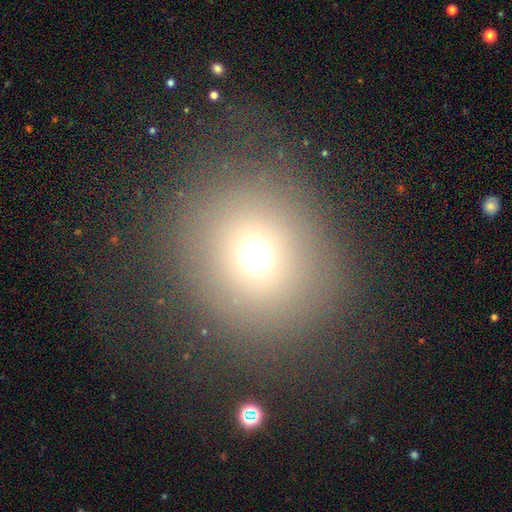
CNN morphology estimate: Smooth or featured? Predicted: smooth (p=0.67). How rounded? Predicted: round (p=0.82). Merging? Predicted: none (p=0.85).